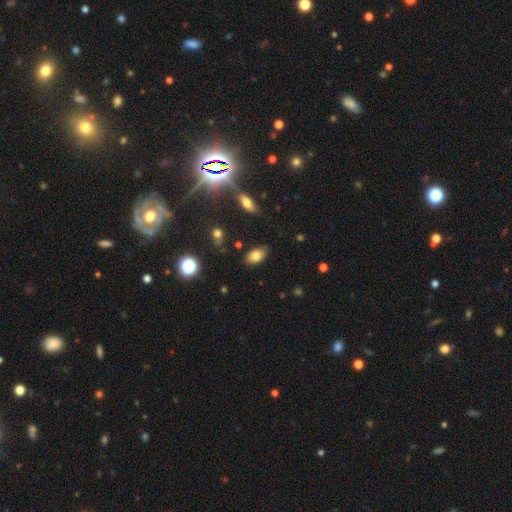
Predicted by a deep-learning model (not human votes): Overall: smooth (80%). How rounded: in between (90%). Merging: none (80%).